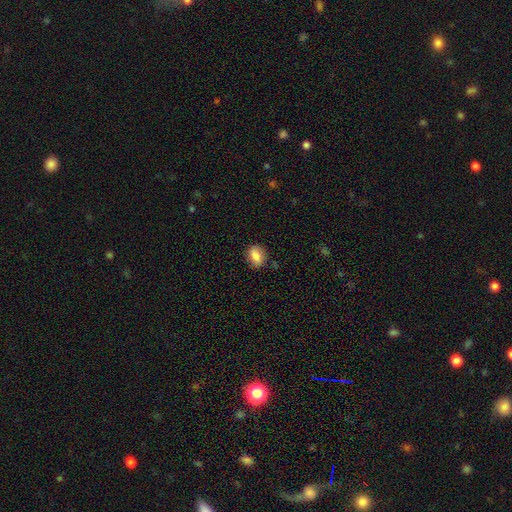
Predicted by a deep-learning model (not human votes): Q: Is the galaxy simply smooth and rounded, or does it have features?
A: smooth — 79%.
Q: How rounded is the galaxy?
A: in between — 56%.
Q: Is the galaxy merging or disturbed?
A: none — 85%.